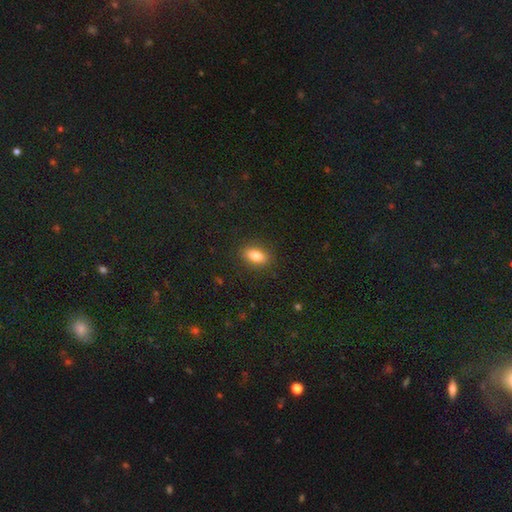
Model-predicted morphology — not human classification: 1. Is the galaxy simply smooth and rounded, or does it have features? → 81% smooth, 10% featured or disk, 9% star or artifact.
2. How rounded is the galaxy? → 84% in between, 8% cigar-shaped, 8% round.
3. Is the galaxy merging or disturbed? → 88% none, 9% minor disturbance, 2% major disturbance, 1% merger.